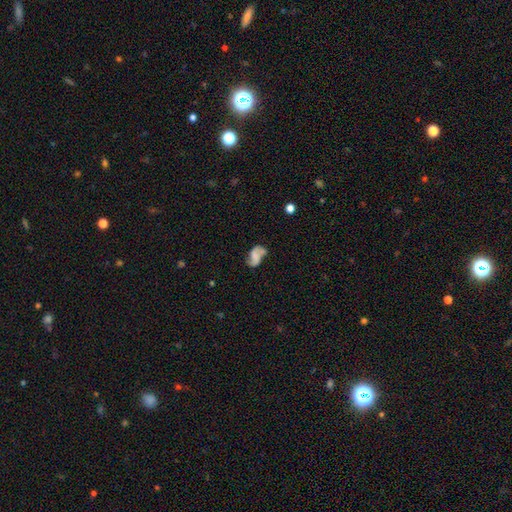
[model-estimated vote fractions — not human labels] Overall: featured or disk (55%; smooth 35%). Edge-on disk: no (97%). Bar: no (58%; weak 31%). Spiral arms: yes (83%). Bulge size: none (56%; small 23%). Merging: none (44%; minor disturbance 26%).